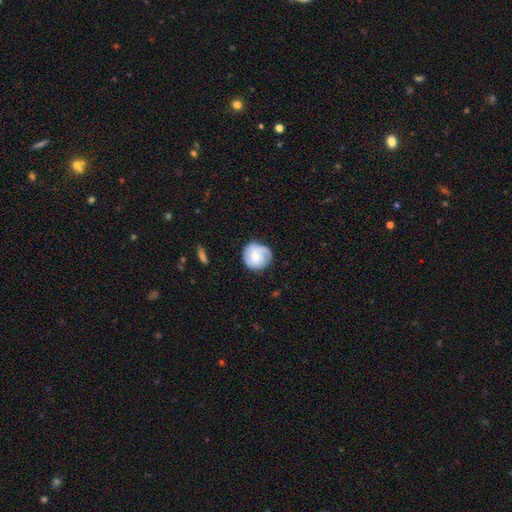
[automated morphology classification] The model was most divided on "smooth or featured": smooth: 48%, featured or disk: 46%, star or artifact: 6%. More confident: merging — none (70%).